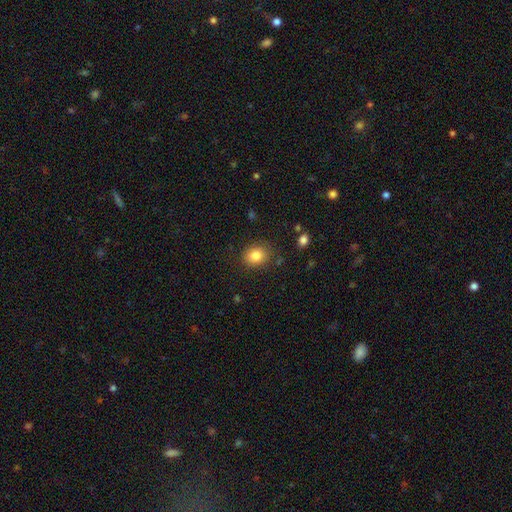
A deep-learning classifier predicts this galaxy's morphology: smooth 83%, star or artifact 10%, featured or disk 7%. Down the decision tree: how rounded — round (58%); merging — none (85%).